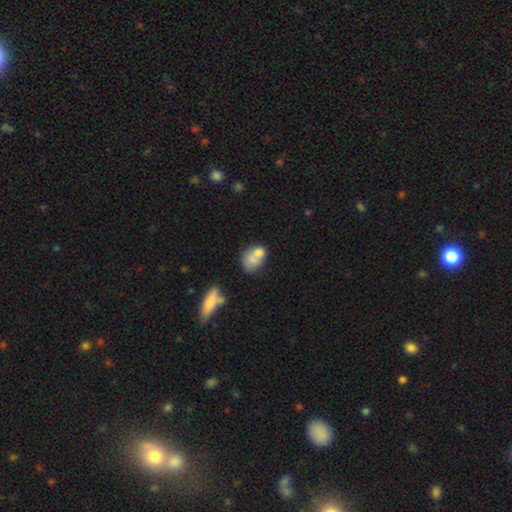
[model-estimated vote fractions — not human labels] Overall: smooth (65%; featured or disk 26%). How rounded: in between (56%; round 42%). Merging: merger (44%; none 31%).